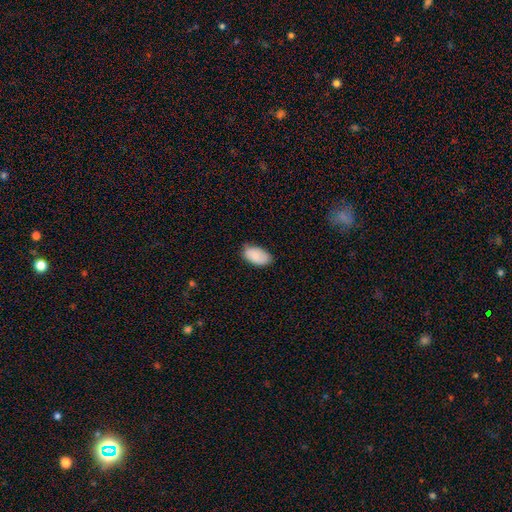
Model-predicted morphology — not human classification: smooth 87%, featured or disk 7%, star or artifact 6%. Down the decision tree: how rounded — in between (94%); merging — none (67%).